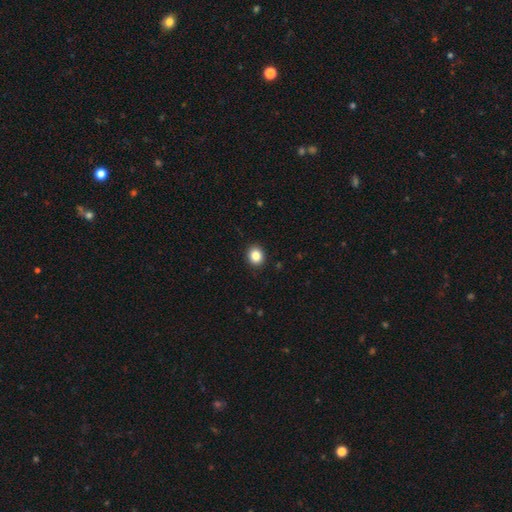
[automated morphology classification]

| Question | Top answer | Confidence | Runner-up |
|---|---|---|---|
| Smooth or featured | smooth | 85% | star or artifact (10%) |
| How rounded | round | 77% | in between (22%) |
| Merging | none | 91% | minor disturbance (6%) |